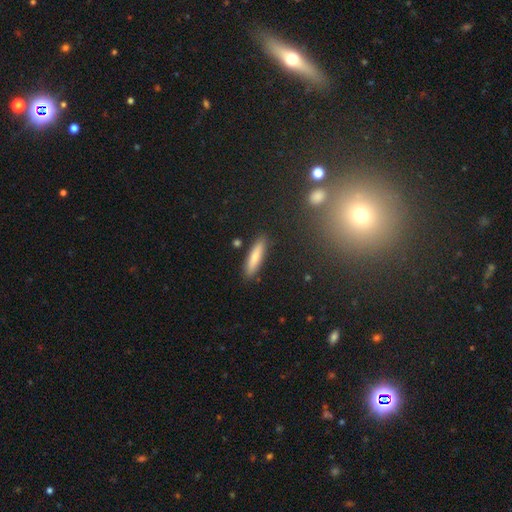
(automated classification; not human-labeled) Q: Smooth or featured?
A: smooth (76%); runner-up: featured or disk (17%)
Q: How rounded?
A: cigar-shaped (80%); runner-up: in between (19%)
Q: Merging?
A: none (88%); runner-up: minor disturbance (8%)